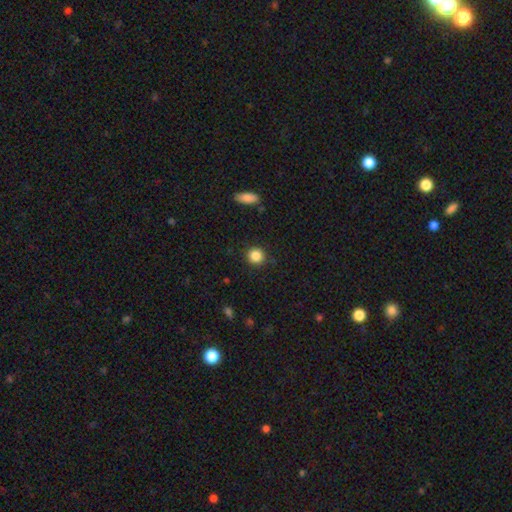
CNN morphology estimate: Smooth or featured: smooth — 86% (star or artifact — 10%)
How rounded: round — 90% (in between — 9%)
Merging: none — 88% (minor disturbance — 8%)